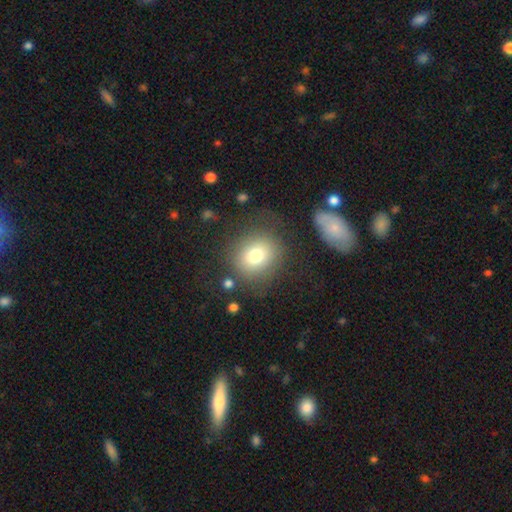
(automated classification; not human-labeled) smooth_or_featured: smooth (p=0.75) [alt: featured or disk p=0.13]
how_rounded: round (p=0.76) [alt: in between p=0.23]
merging: none (p=0.75) [alt: minor disturbance p=0.13]